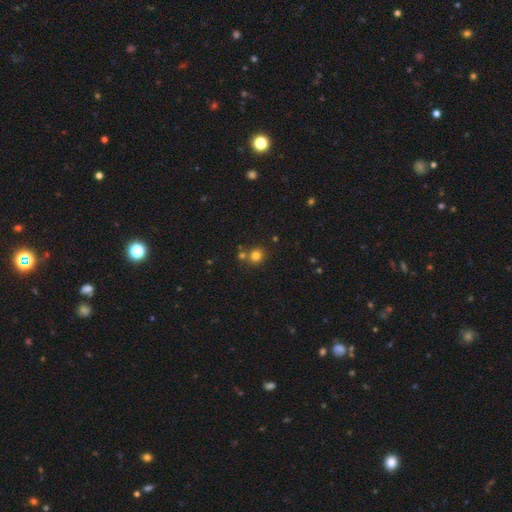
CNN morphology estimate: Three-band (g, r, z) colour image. It shows a smooth galaxy with no disk features (80%) that is round (89%). Merging: none (73%).